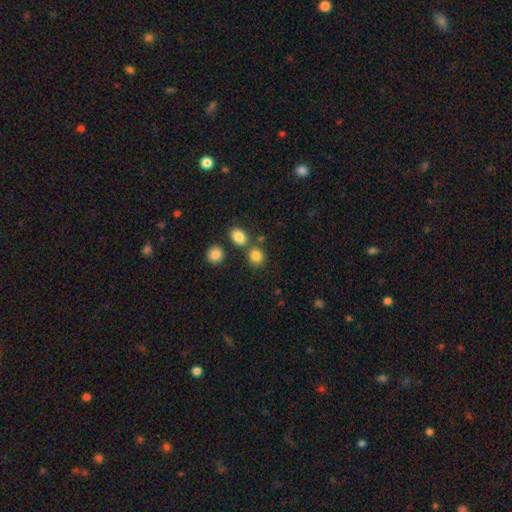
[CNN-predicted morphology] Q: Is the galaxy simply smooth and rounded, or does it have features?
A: smooth — 84%.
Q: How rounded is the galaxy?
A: round — 79%.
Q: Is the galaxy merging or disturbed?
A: none — 70%.